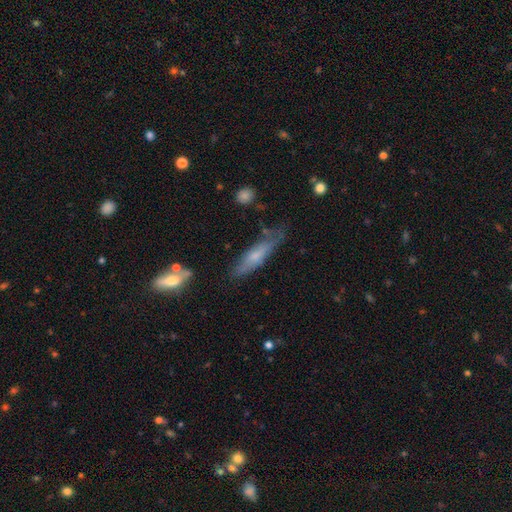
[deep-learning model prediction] Smooth or featured: smooth — 55% (featured or disk — 38%)
How rounded: cigar-shaped — 74% (in between — 24%)
Merging: none — 62% (minor disturbance — 26%)